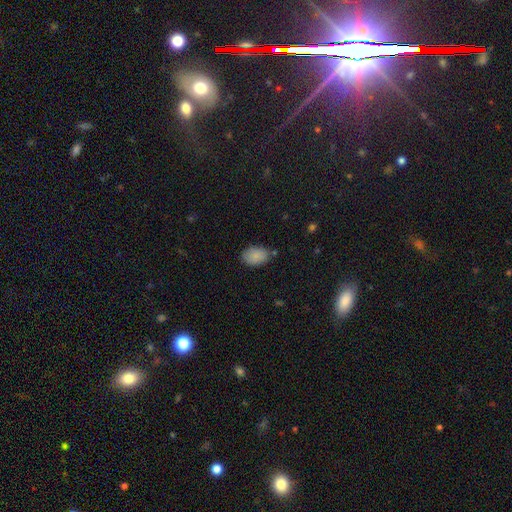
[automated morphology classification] smooth-or-featured: smooth: 88% | star or artifact: 8% | featured or disk: 5%
  how-rounded: in between: 87% | round: 12% | cigar-shaped: 1%
  merging: none: 76% | minor disturbance: 18% | major disturbance: 3% | merger: 3%